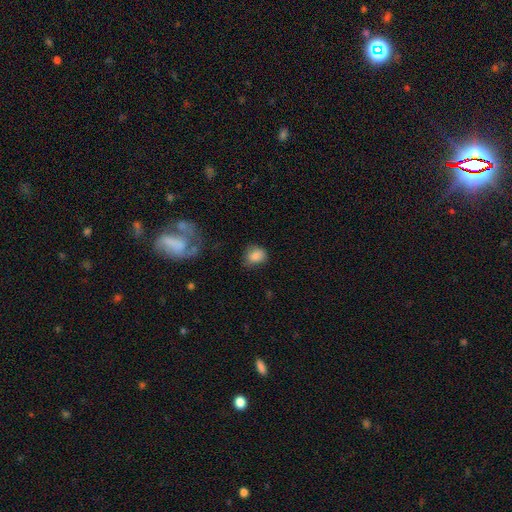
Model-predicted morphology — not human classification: The model was most divided on "how rounded": round: 60%, in between: 39%, cigar-shaped: 1%. More confident: smooth or featured — smooth (84%); merging — none (63%).